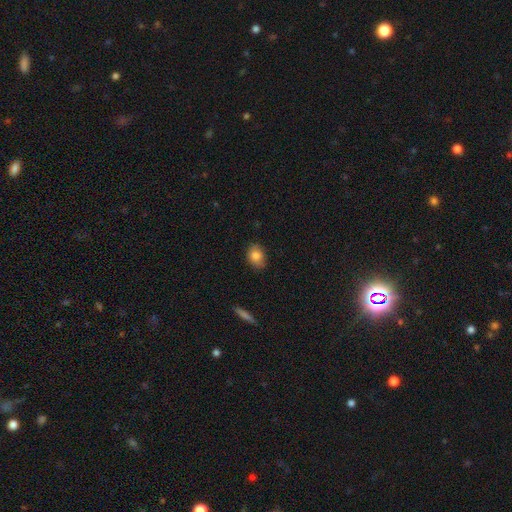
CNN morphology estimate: Overall: smooth (83%). How rounded: in between (58%; round 40%). Merging: none (80%).